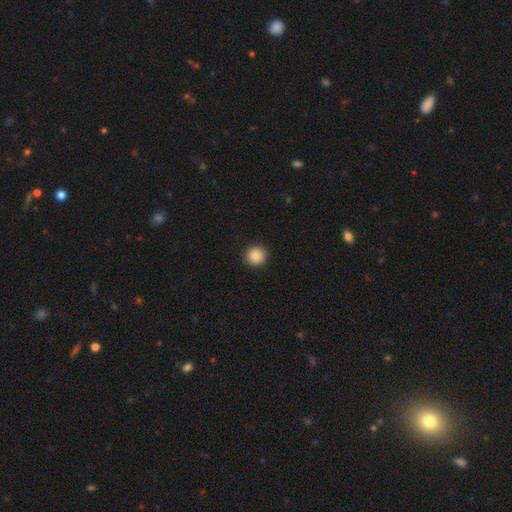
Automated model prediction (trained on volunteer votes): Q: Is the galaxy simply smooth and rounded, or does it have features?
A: smooth — 87%.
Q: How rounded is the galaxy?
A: round — 95%.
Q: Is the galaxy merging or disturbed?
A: none — 93%.